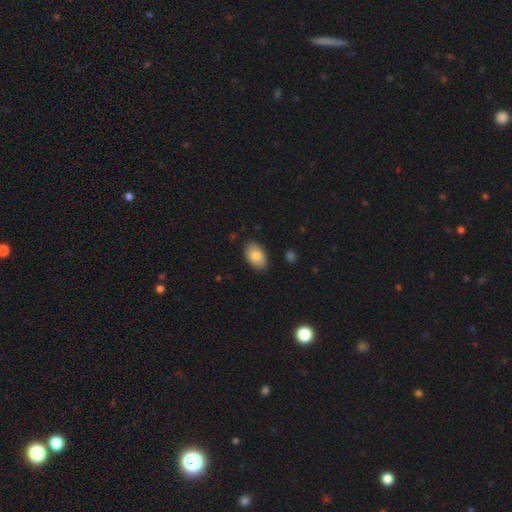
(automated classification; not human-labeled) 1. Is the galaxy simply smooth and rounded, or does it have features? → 84% smooth, 10% featured or disk, 7% star or artifact.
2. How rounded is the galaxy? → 91% in between, 8% round, 1% cigar-shaped.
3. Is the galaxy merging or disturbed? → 86% none, 11% minor disturbance, 2% major disturbance, 1% merger.